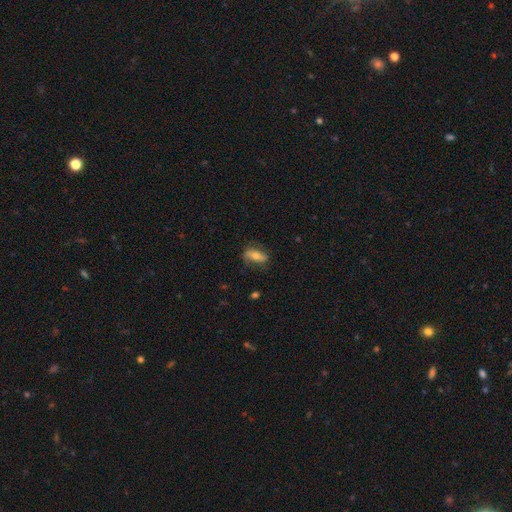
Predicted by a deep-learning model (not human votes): Smooth or featured?
  - smooth: 48% *
  - featured or disk: 43%
  - star or artifact: 9%
Merging?
  - none: 72% *
  - minor disturbance: 20%
  - major disturbance: 7%
  - merger: 1%